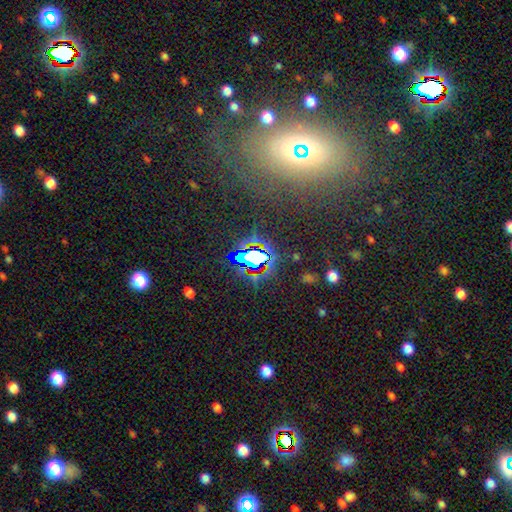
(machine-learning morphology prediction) Smooth or featured? Predicted: star or artifact (p=0.73).